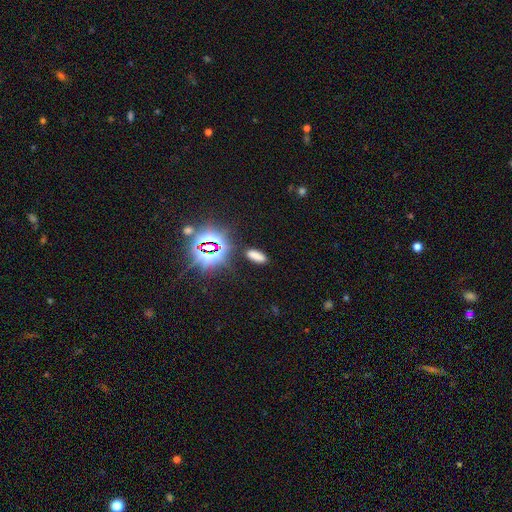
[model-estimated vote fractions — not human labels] Q: Smooth or featured?
A: smooth (67%); runner-up: star or artifact (27%)
Q: How rounded?
A: in between (72%); runner-up: cigar-shaped (24%)
Q: Merging?
A: none (86%); runner-up: minor disturbance (8%)